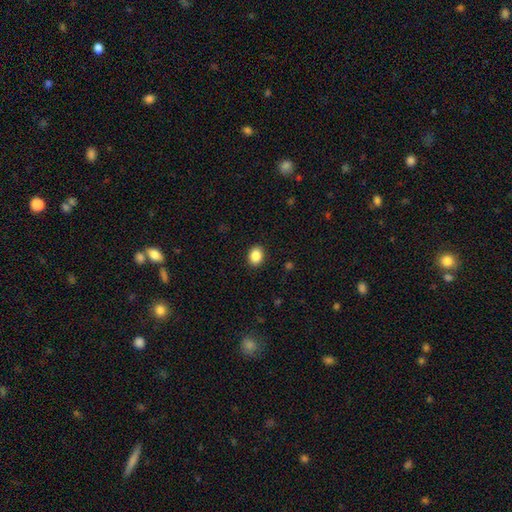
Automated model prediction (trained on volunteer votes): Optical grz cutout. It shows a smooth galaxy with no disk features (87%) that is in between round and cigar-shaped (56%). Merging: none (90%).